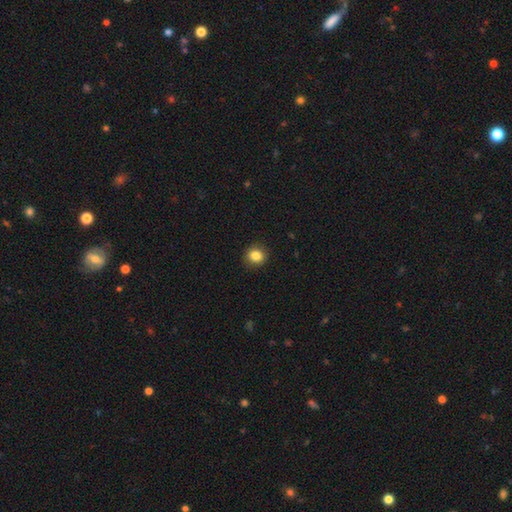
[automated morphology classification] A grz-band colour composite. It shows a smooth galaxy with no disk features (85%) that is round (80%). Merging: none (90%).